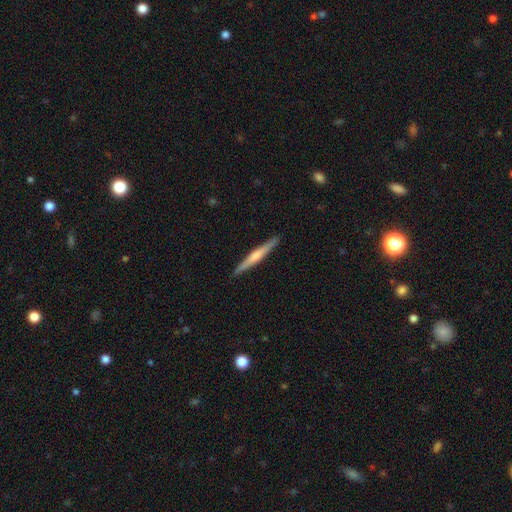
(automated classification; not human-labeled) Smooth or featured? Predicted: featured or disk (p=0.65). Edge-on disk? Predicted: yes (p=0.98). Edge-on bulge? Predicted: rounded (p=0.75). Merging? Predicted: none (p=0.92).